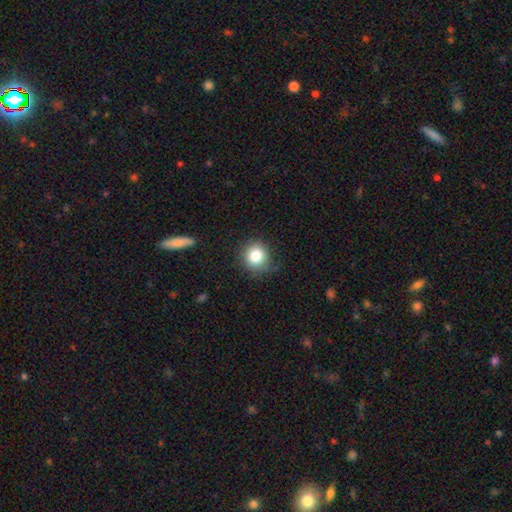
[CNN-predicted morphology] A smooth galaxy with no disk features (82%) that is round (88%).

Vote fractions:
- Smooth or featured? smooth: 82% / star or artifact: 11% / featured or disk: 7%
- How rounded? round: 88% / in between: 11% / cigar-shaped: 1%
- Merging? none: 80% / minor disturbance: 15% / major disturbance: 4% / merger: 1%